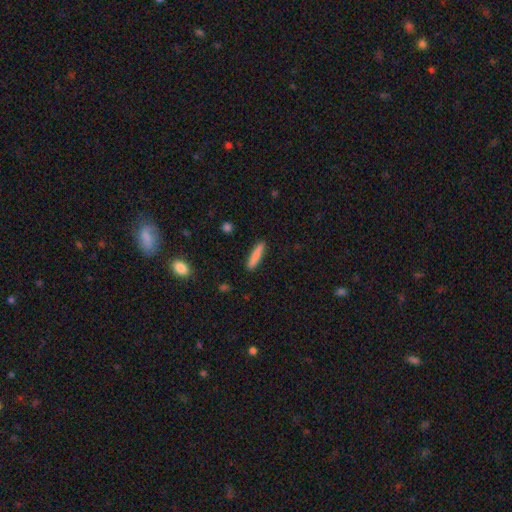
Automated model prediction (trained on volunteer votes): smooth-or-featured: smooth: 84% | featured or disk: 10% | star or artifact: 6%
  how-rounded: cigar-shaped: 88% | in between: 11% | round: 1%
  merging: none: 89% | minor disturbance: 7% | major disturbance: 2% | merger: 1%